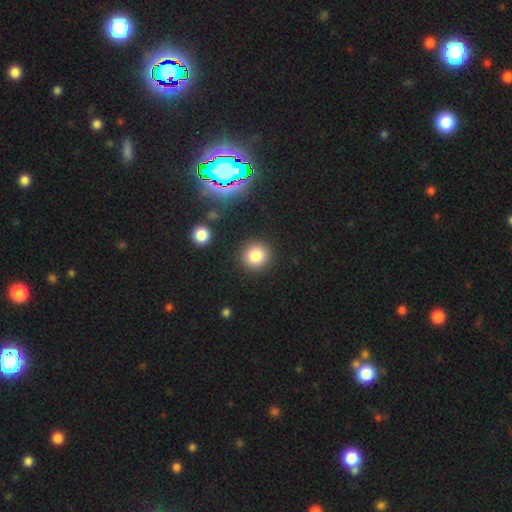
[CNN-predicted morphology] Q: Smooth or featured?
A: smooth (81%); runner-up: star or artifact (13%)
Q: How rounded?
A: round (93%); runner-up: in between (6%)
Q: Merging?
A: none (89%); runner-up: minor disturbance (6%)